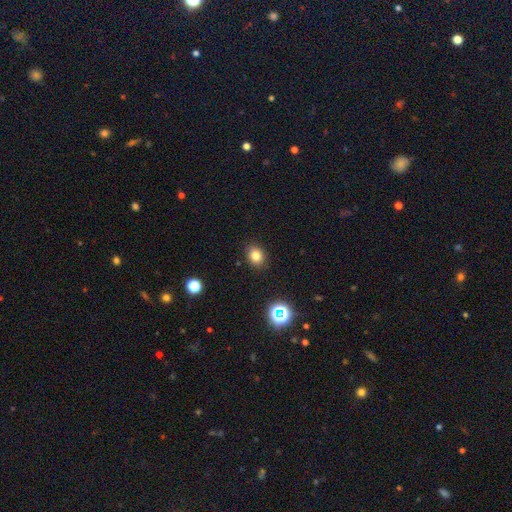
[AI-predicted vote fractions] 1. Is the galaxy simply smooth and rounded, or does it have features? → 80% smooth, 14% star or artifact, 6% featured or disk.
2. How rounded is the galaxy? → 53% round, 46% in between, 1% cigar-shaped.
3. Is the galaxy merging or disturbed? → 89% none, 8% minor disturbance, 2% major disturbance, 1% merger.